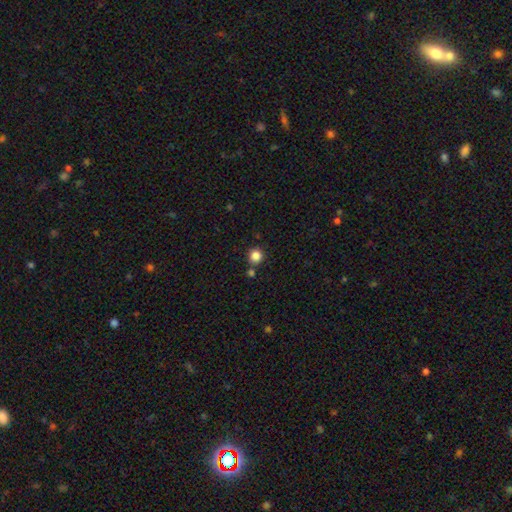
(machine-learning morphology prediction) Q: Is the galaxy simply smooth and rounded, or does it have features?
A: smooth — 84%.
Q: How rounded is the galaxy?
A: round — 93%.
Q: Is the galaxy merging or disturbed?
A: none — 80%.